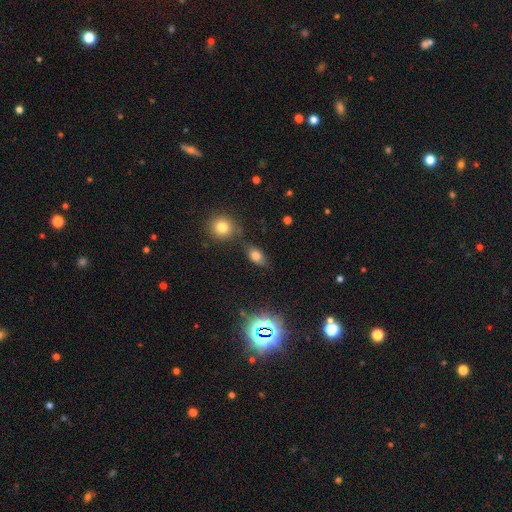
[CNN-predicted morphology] A smooth galaxy with no disk features (73%) that is in between round and cigar-shaped (83%). Merging: none (71%).